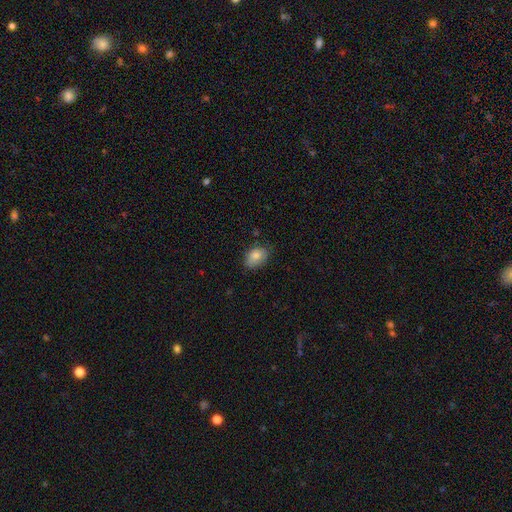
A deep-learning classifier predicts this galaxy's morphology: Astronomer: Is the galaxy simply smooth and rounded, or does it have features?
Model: smooth — 84%.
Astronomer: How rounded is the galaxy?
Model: in between — 85%.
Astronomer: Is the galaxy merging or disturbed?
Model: none — 68%.